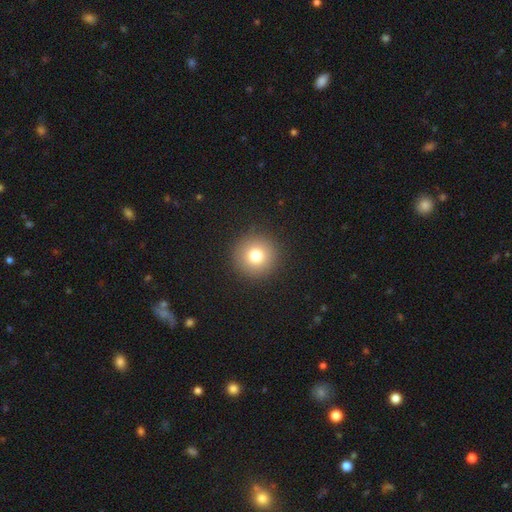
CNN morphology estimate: Smooth or featured? Predicted: smooth (p=0.78). How rounded? Predicted: round (p=0.96). Merging? Predicted: none (p=0.92).